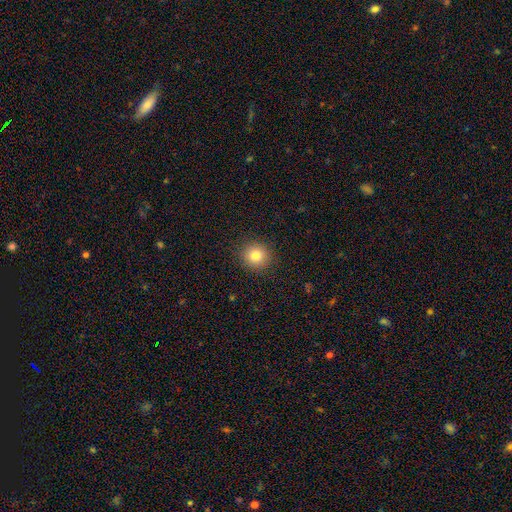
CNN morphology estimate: smooth_or_featured: smooth (p=0.81) [alt: star or artifact p=0.11]
how_rounded: round (p=0.91) [alt: in between p=0.08]
merging: none (p=0.91) [alt: minor disturbance p=0.06]